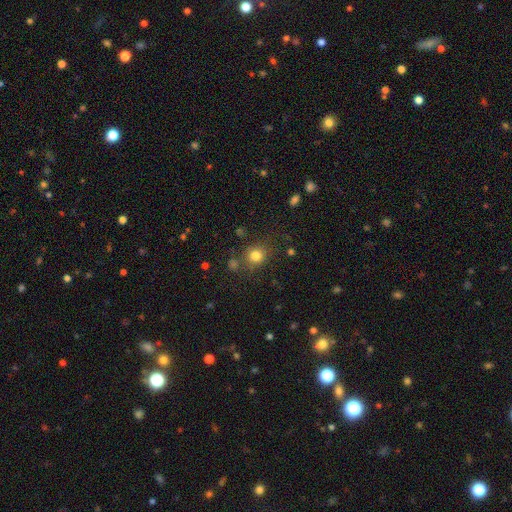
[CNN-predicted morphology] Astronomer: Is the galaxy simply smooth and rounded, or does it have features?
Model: smooth — 79%.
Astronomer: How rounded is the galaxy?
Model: round — 82%.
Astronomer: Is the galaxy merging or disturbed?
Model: none — 77%.